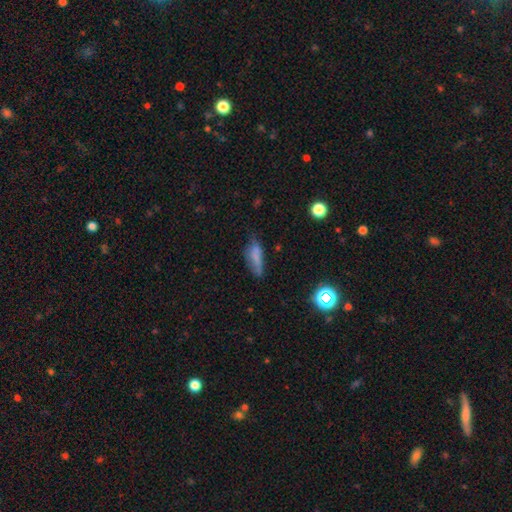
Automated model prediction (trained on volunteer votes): This appears to be a smooth galaxy with no disk features (68%) that is in between round and cigar-shaped (51%). Merging: none (46%).